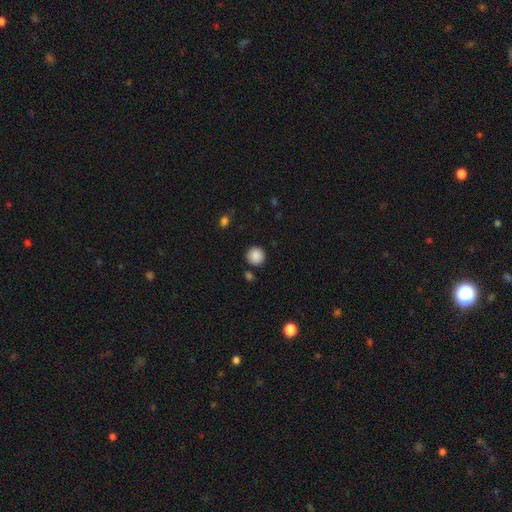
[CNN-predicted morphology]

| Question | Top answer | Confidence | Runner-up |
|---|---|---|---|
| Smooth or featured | smooth | 88% | star or artifact (9%) |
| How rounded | round | 94% | in between (5%) |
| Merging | none | 87% | minor disturbance (7%) |